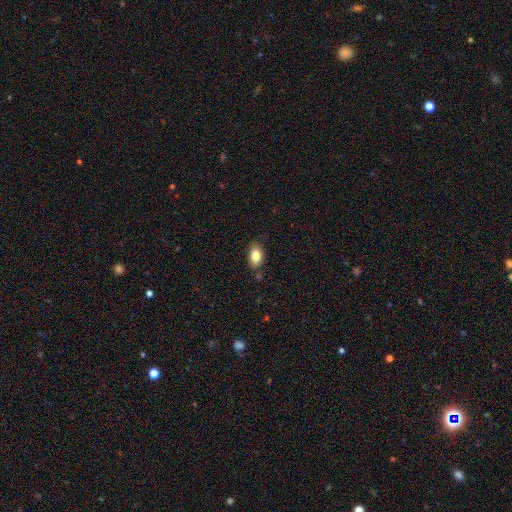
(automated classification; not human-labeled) A smooth galaxy with no disk features (81%) that is in between round and cigar-shaped (86%).

Vote fractions:
- Smooth or featured? smooth: 81% / featured or disk: 10% / star or artifact: 9%
- How rounded? in between: 86% / round: 12% / cigar-shaped: 2%
- Merging? none: 81% / minor disturbance: 14% / major disturbance: 3% / merger: 2%